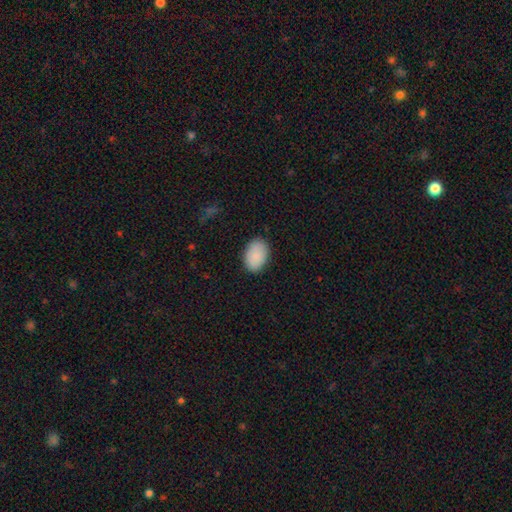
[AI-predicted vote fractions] Smooth or featured: smooth — 90% (star or artifact — 6%)
How rounded: in between — 87% (round — 12%)
Merging: none — 86% (minor disturbance — 11%)